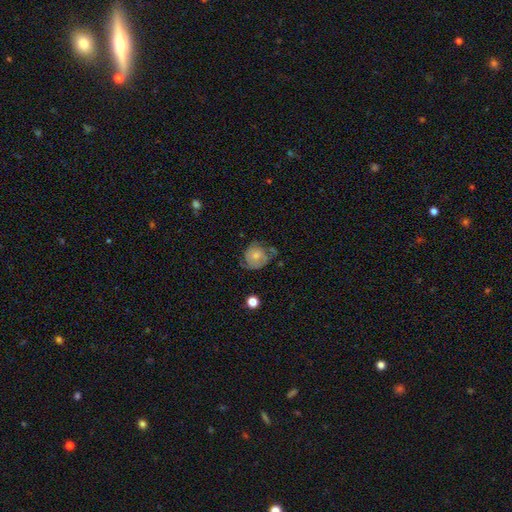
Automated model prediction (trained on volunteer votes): Smooth or featured?
  - featured or disk: 46% * (tied)
  - smooth: 46% * (tied)
  - star or artifact: 8%
Merging?
  - none: 48% *
  - minor disturbance: 31%
  - major disturbance: 17%
  - merger: 5%